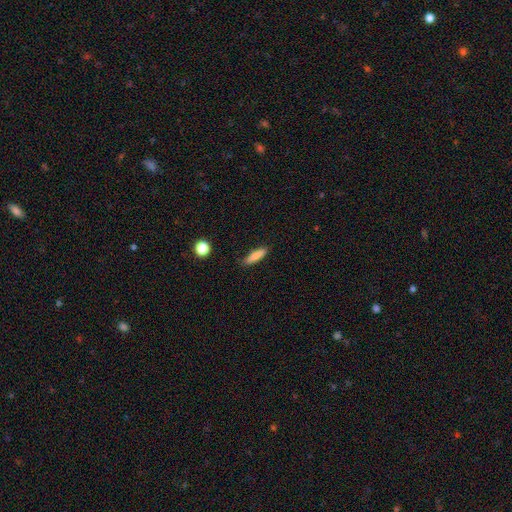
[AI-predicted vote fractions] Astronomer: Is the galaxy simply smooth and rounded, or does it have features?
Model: smooth — 80%.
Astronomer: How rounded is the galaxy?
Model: cigar-shaped — 74%.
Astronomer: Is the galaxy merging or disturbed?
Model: none — 85%.